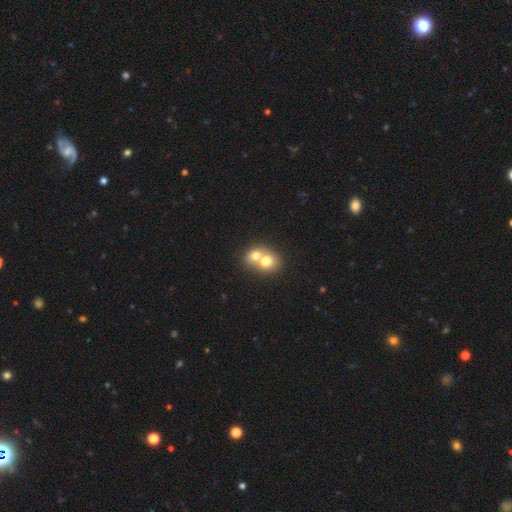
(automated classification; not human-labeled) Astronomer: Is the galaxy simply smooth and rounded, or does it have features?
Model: smooth — 70%.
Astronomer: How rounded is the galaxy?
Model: round — 63%.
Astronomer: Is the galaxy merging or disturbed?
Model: merger — 74%.